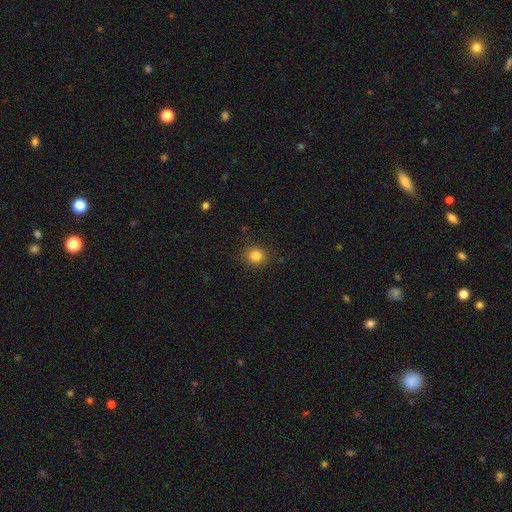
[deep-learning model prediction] A smooth galaxy with no disk features (84%) that is round (86%).

Vote fractions:
- Smooth or featured? smooth: 84% / star or artifact: 11% / featured or disk: 5%
- How rounded? round: 86% / in between: 13% / cigar-shaped: 1%
- Merging? none: 88% / minor disturbance: 8% / major disturbance: 3% / merger: 1%